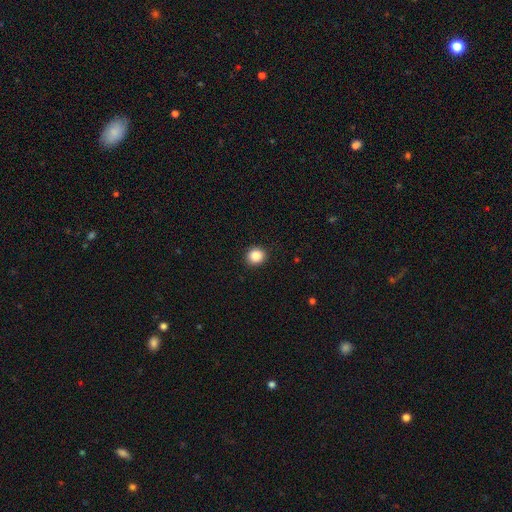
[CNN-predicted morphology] Smooth or featured? smooth (88%)
How rounded? round (88%)
Merging? none (91%)